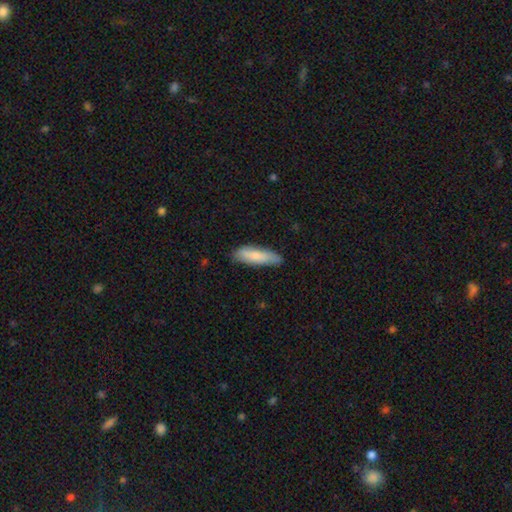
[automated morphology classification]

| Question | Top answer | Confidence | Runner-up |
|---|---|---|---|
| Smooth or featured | smooth | 79% | featured or disk (15%) |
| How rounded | cigar-shaped | 58% | in between (40%) |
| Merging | none | 76% | minor disturbance (19%) |